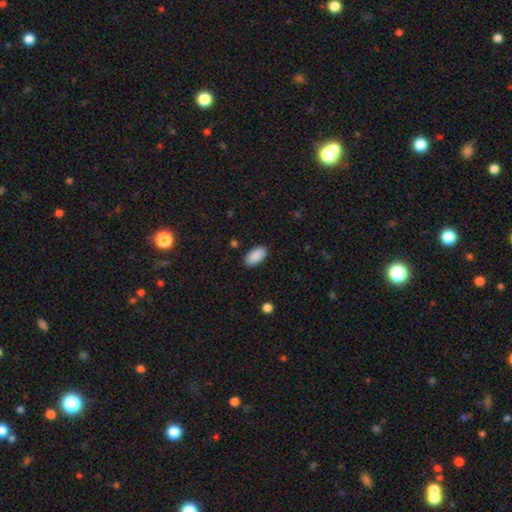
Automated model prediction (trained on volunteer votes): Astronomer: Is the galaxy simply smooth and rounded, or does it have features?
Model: smooth — 91%.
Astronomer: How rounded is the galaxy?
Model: in between — 95%.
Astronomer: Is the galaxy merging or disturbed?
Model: none — 88%.